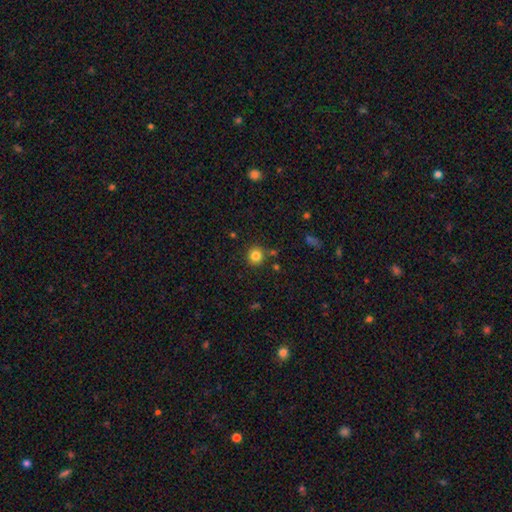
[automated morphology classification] This appears to be a smooth galaxy with no disk features (83%) that is round (92%). Merging: none (84%).